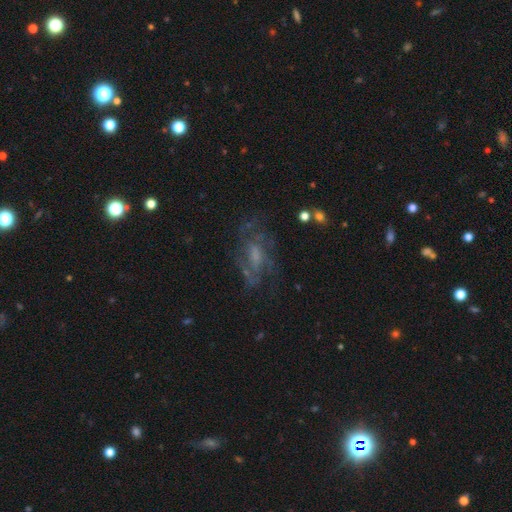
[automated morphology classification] Overall: featured or disk (70%). Edge-on disk: no (93%). Bar: no (50%; weak 40%). Spiral arms: yes (77%). Spiral arm count: can't tell (45%; 2 23%). Spiral winding: medium (46%; tight 33%). Bulge size: moderate (35%; small 31%). Merging: none (61%).